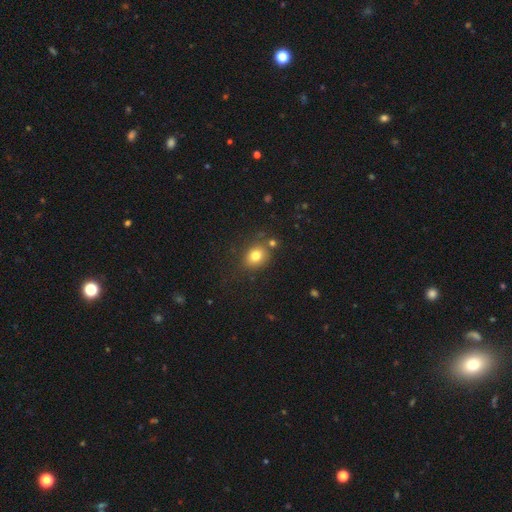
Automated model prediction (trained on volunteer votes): Overall: smooth (79%). How rounded: round (53%; in between 46%). Merging: none (75%).